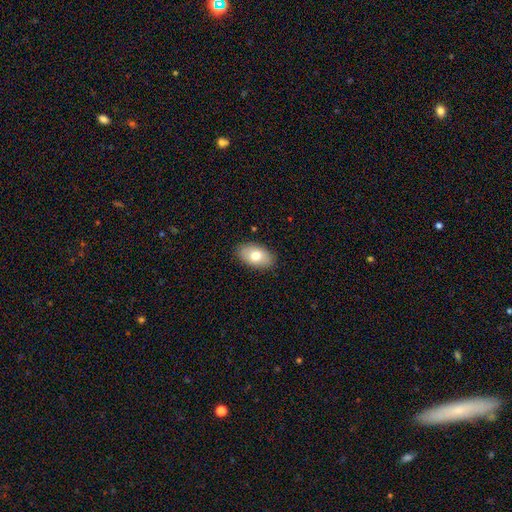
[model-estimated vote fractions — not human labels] A smooth galaxy with no disk features (75%) that is in between round and cigar-shaped (92%).

Vote fractions:
- Smooth or featured? smooth: 75% / featured or disk: 18% / star or artifact: 7%
- How rounded? in between: 92% / round: 6% / cigar-shaped: 2%
- Merging? none: 87% / minor disturbance: 9% / major disturbance: 2% / merger: 1%